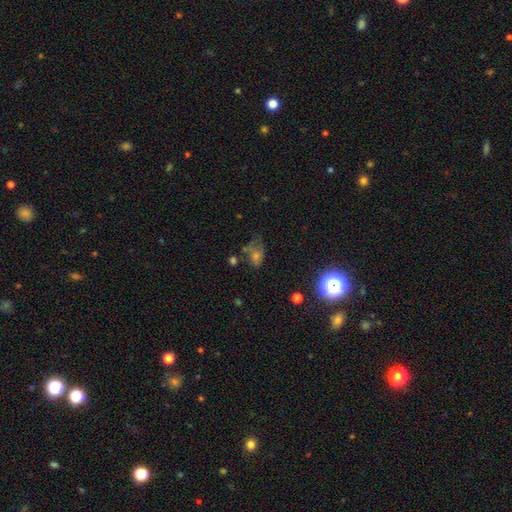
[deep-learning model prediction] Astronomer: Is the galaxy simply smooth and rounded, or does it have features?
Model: smooth — 43% (runner-up: star or artifact, 35%).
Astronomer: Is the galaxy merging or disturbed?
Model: none — 44% (runner-up: minor disturbance, 24%).